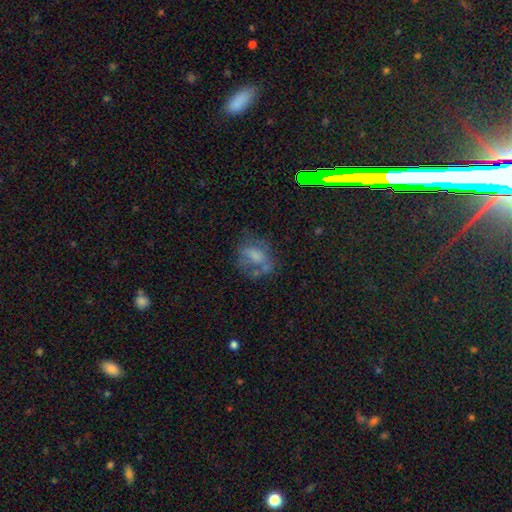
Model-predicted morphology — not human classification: A smooth galaxy with no disk features (47%). Merging: none (43%).